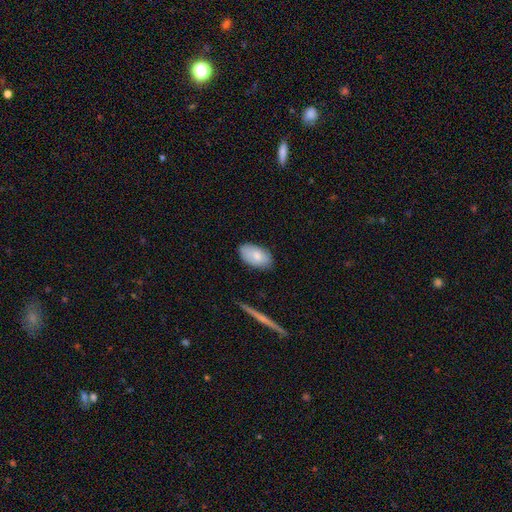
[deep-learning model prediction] A smooth galaxy with no disk features (79%) that is in between round and cigar-shaped (94%). Merging: none (80%).